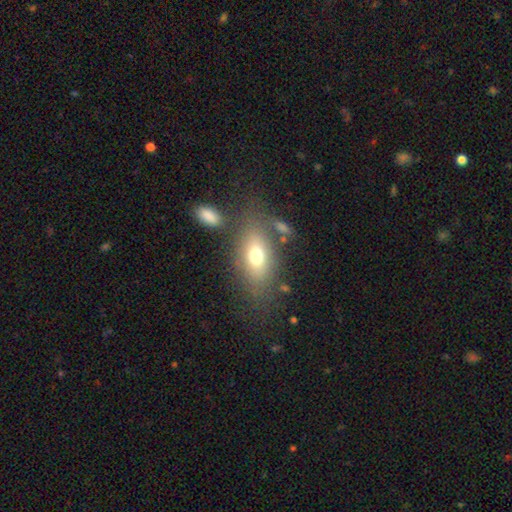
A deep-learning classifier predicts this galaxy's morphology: Smooth or featured: smooth — 58% (featured or disk — 31%)
How rounded: in between — 79% (cigar-shaped — 13%)
Merging: none — 68% (minor disturbance — 14%)